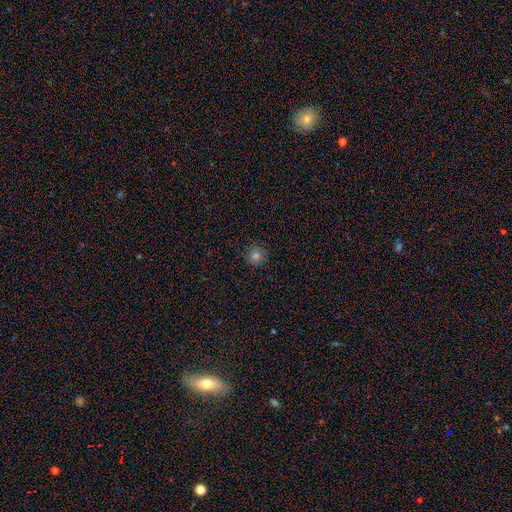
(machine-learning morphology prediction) smooth-or-featured: smooth: 76% | star or artifact: 15% | featured or disk: 9%
  how-rounded: round: 95% | in between: 5% | cigar-shaped: 1%
  merging: none: 90% | minor disturbance: 7% | major disturbance: 2% | merger: 1%